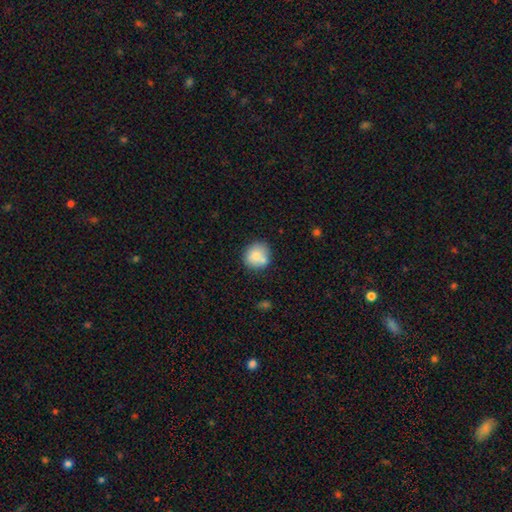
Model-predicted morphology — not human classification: Smooth or featured: smooth — 78% (featured or disk — 13%)
How rounded: round — 86% (in between — 13%)
Merging: none — 66% (merger — 17%)